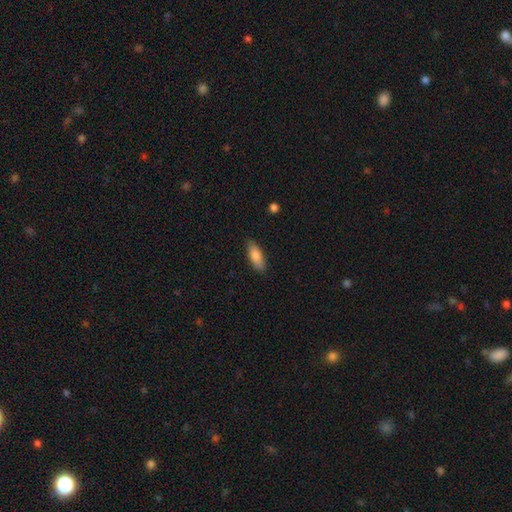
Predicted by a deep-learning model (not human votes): Smooth or featured? smooth (84%)
How rounded? in between (72%)
Merging? none (85%)